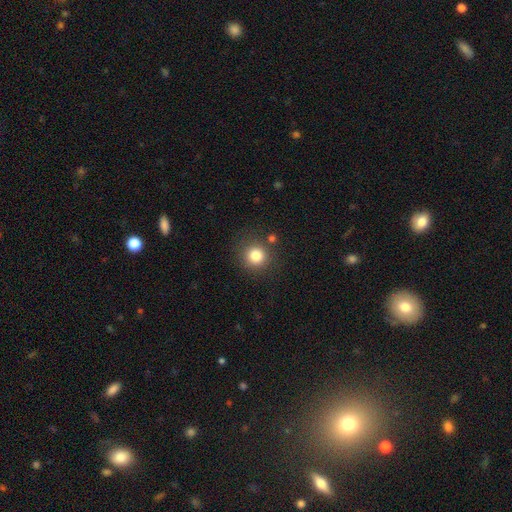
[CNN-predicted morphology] A smooth galaxy with no disk features (82%) that is round (93%).

Vote fractions:
- Smooth or featured? smooth: 82% / star or artifact: 12% / featured or disk: 6%
- How rounded? round: 93% / in between: 6% / cigar-shaped: 1%
- Merging? none: 83% / minor disturbance: 8% / merger: 5% / major disturbance: 3%